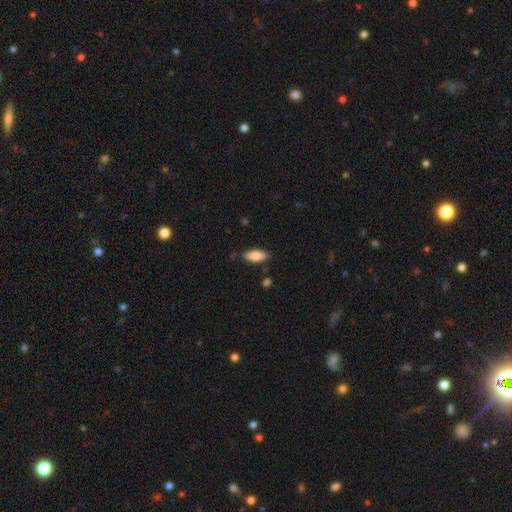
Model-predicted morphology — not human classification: smooth-or-featured: smooth: 82% | featured or disk: 12% | star or artifact: 6%
  how-rounded: in between: 76% | cigar-shaped: 22% | round: 2%
  merging: none: 78% | minor disturbance: 16% | major disturbance: 3% | merger: 2%